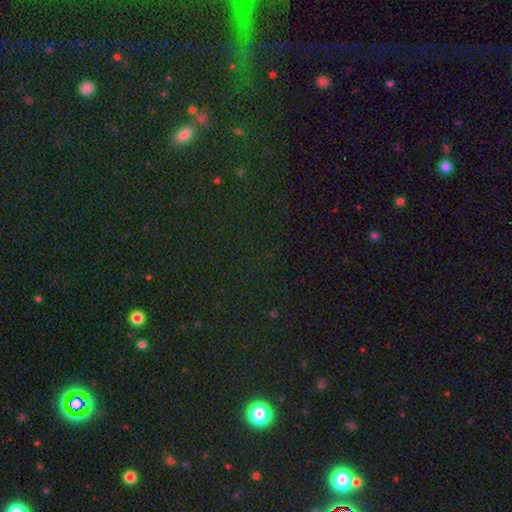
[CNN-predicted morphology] Overall: star or artifact (72%).